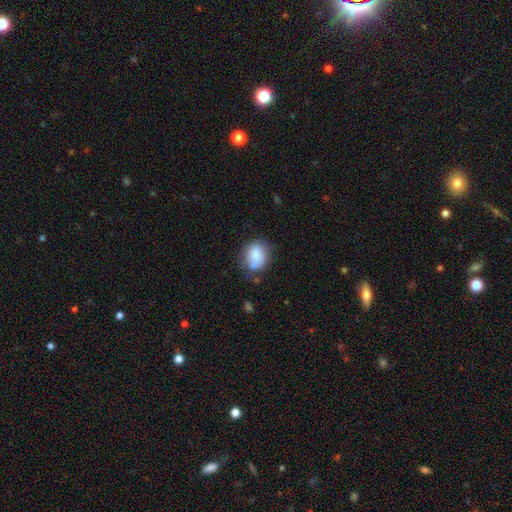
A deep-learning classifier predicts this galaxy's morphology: Smooth or featured?
  - smooth: 79% *
  - featured or disk: 13%
  - star or artifact: 8%
How rounded?
  - round: 54% *
  - in between: 45%
  - cigar-shaped: 1%
Merging?
  - none: 65% *
  - minor disturbance: 23%
  - major disturbance: 6%
  - merger: 5%